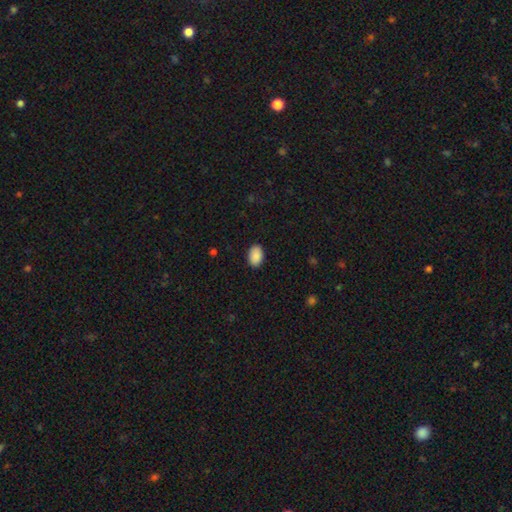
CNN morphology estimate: Smooth or featured: smooth — 91% (star or artifact — 7%)
How rounded: in between — 89% (round — 10%)
Merging: none — 89% (minor disturbance — 8%)